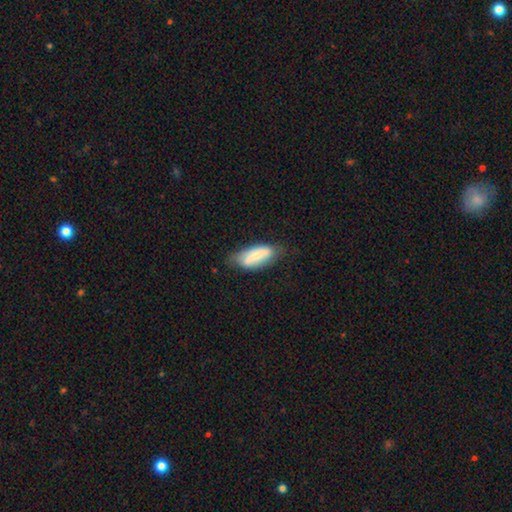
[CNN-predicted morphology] smooth 69%, featured or disk 25%, star or artifact 7%. Down the decision tree: how rounded — in between (76%); merging — none (58%).